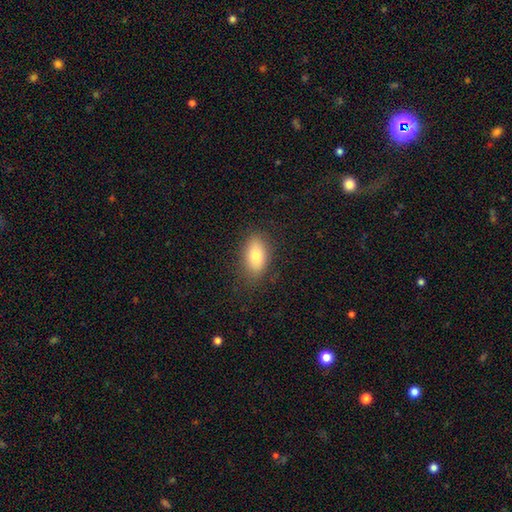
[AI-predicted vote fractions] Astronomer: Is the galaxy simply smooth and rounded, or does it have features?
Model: smooth — 79%.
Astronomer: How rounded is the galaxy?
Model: in between — 88%.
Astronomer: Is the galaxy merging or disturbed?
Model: none — 83%.